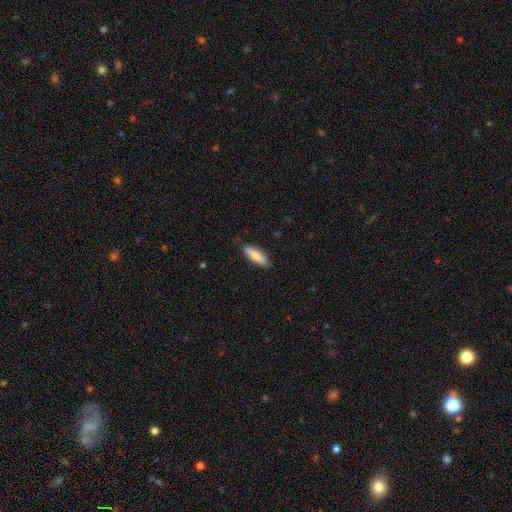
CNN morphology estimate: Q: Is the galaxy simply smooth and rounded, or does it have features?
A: smooth — 85%.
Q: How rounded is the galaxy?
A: cigar-shaped — 51%.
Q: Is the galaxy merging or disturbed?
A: none — 85%.